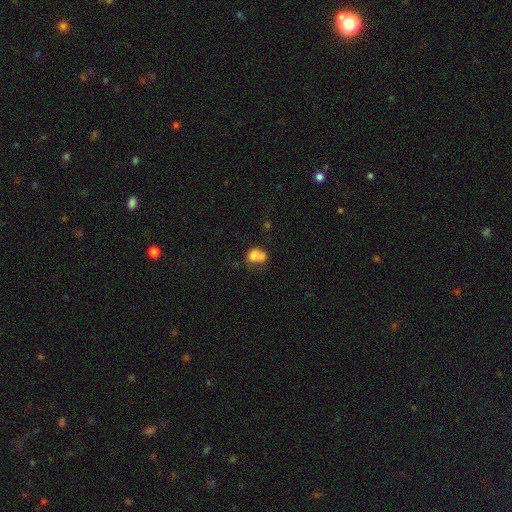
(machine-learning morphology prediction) A smooth galaxy with no disk features (71%) that is in between round and cigar-shaped (57%). Merging: merger (52%).